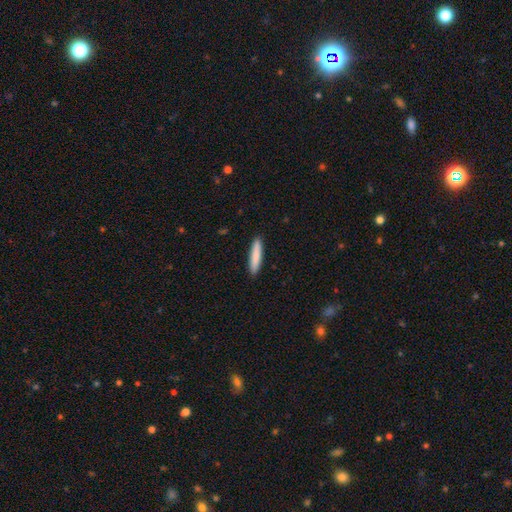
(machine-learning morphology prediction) Smooth or featured: smooth — 85% (featured or disk — 9%)
How rounded: cigar-shaped — 88% (in between — 11%)
Merging: none — 90% (minor disturbance — 7%)